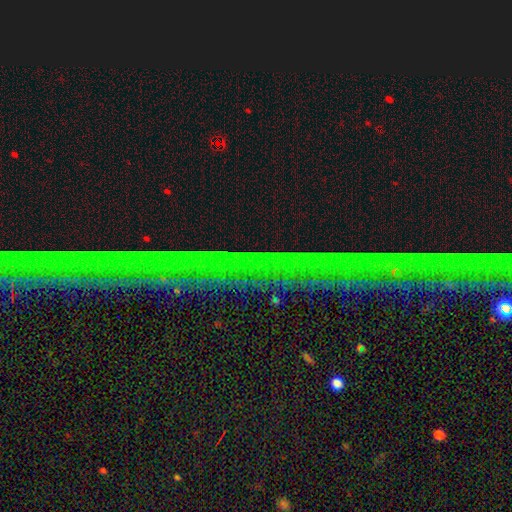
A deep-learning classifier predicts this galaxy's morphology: Smooth or featured? star or artifact (85%)